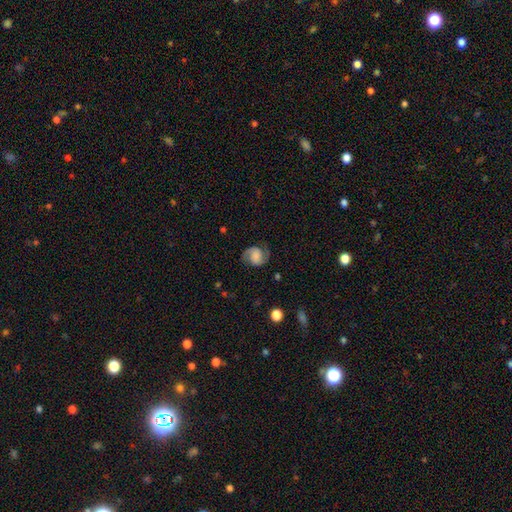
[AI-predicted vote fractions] Morphology: type=featured or disk (76%); edge-on=no (98%); bar=no (54%); spiral arms=yes (96%); winding=medium (52%); arm count=2 (92%); bulge=none (34%); merging=none (78%).